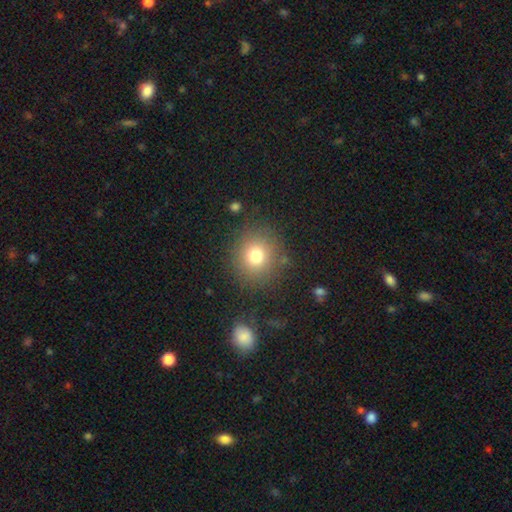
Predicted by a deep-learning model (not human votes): Smooth or featured? smooth (75%)
How rounded? round (88%)
Merging? none (85%)